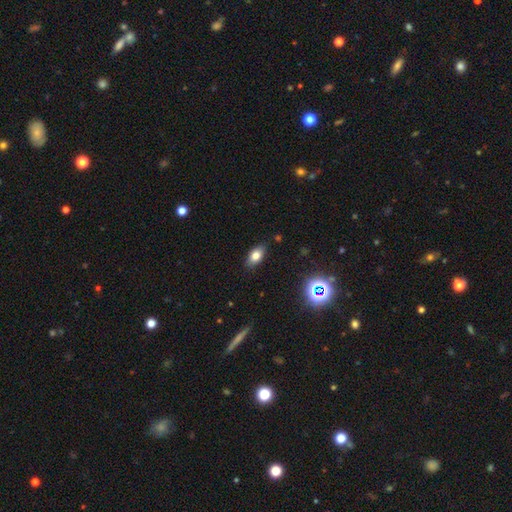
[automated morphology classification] Smooth or featured?
  - smooth: 77% *
  - featured or disk: 12%
  - star or artifact: 12%
How rounded?
  - in between: 88% *
  - round: 7%
  - cigar-shaped: 5%
Merging?
  - none: 86% *
  - minor disturbance: 11%
  - major disturbance: 2%
  - merger: 1%